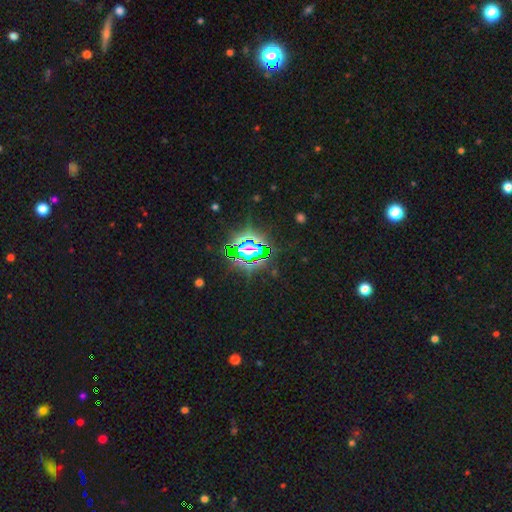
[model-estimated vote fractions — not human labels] Q: Smooth or featured?
A: star or artifact (78%); runner-up: smooth (13%)